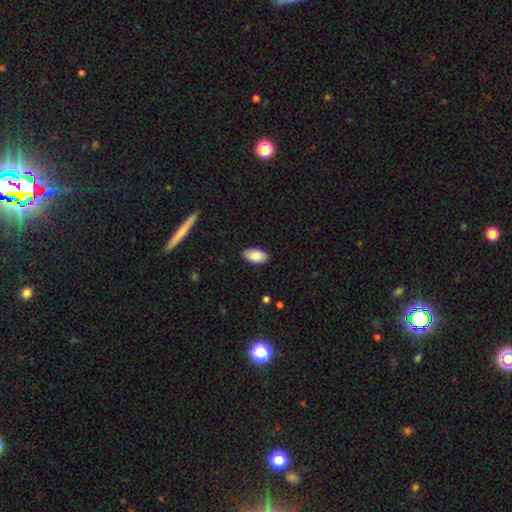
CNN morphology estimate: smooth 88%, star or artifact 6%, featured or disk 6%. Down the decision tree: how rounded — in between (95%); merging — none (87%).